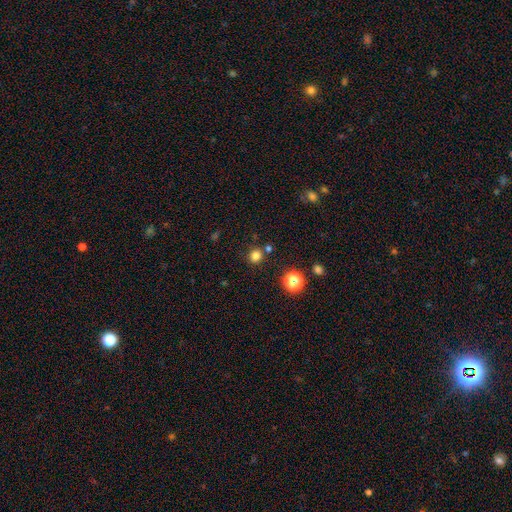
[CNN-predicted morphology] smooth_or_featured: smooth (p=0.78) [alt: star or artifact p=0.17]
how_rounded: round (p=0.89) [alt: in between p=0.10]
merging: none (p=0.82) [alt: minor disturbance p=0.08]